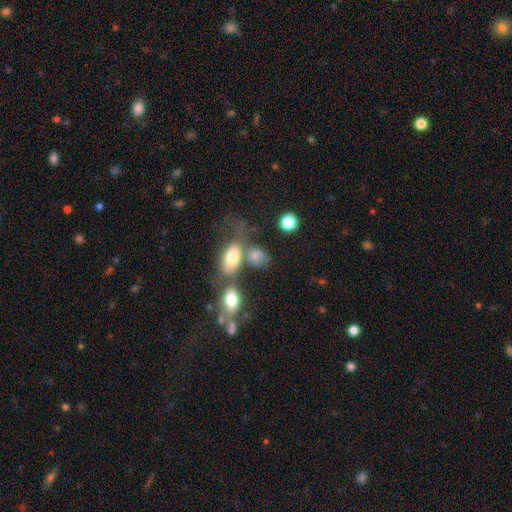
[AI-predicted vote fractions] This is likely a smooth galaxy (75%). How rounded: likely in between (72%). Merging: marginally merger (38%).